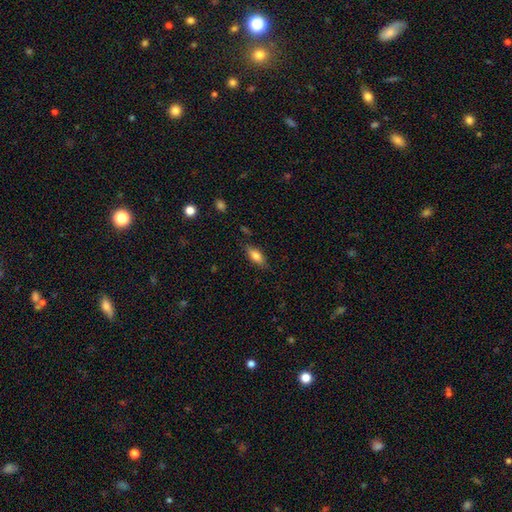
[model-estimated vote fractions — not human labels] smooth 72%, featured or disk 20%, star or artifact 8%. Down the decision tree: how rounded — in between (73%); merging — none (78%).